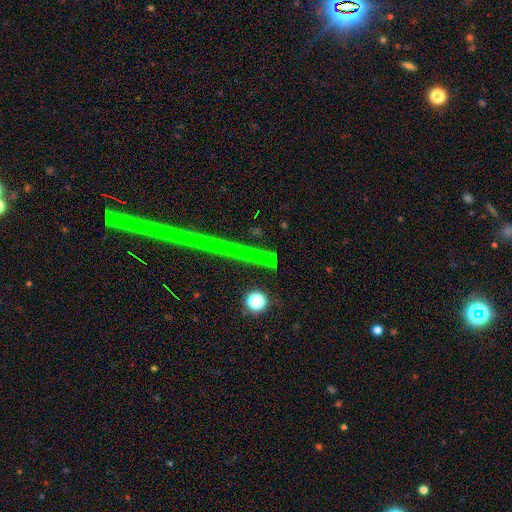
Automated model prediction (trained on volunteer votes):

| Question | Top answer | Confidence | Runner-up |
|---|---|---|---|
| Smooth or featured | star or artifact | 77% | featured or disk (13%) |